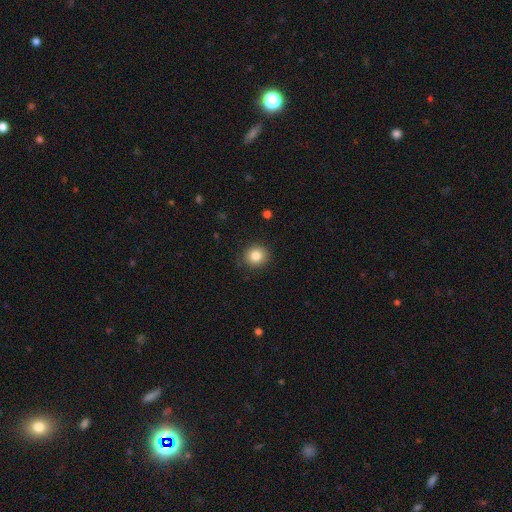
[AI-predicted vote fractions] Smooth or featured?
  - smooth: 83% *
  - star or artifact: 10%
  - featured or disk: 7%
How rounded?
  - round: 88% *
  - in between: 11%
  - cigar-shaped: 1%
Merging?
  - none: 90% *
  - minor disturbance: 7%
  - major disturbance: 2%
  - merger: 1%